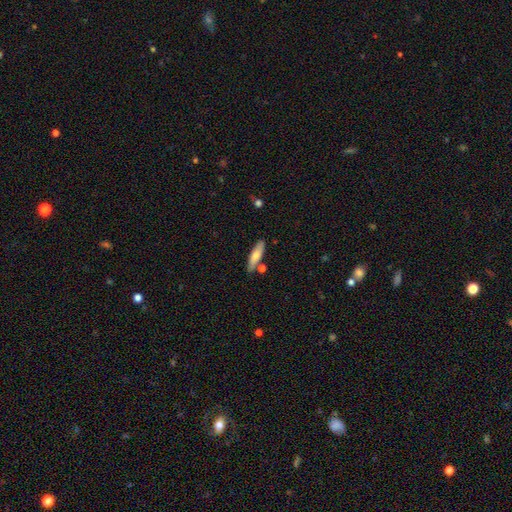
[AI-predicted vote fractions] Smooth or featured? Predicted: smooth (p=0.68). How rounded? Predicted: cigar-shaped (p=0.69). Merging? Predicted: none (p=0.79).